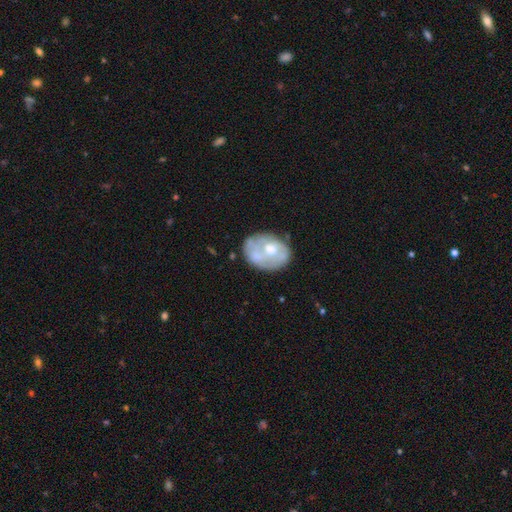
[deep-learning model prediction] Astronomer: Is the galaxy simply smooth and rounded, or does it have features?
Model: featured or disk — 52% (runner-up: smooth, 41%).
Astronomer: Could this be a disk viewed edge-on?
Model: no — 97%.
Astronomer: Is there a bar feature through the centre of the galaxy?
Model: no — 84%.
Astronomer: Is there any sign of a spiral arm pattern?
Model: no — 76%.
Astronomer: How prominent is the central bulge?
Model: moderate — 59%.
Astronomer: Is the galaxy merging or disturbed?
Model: none — 53%.